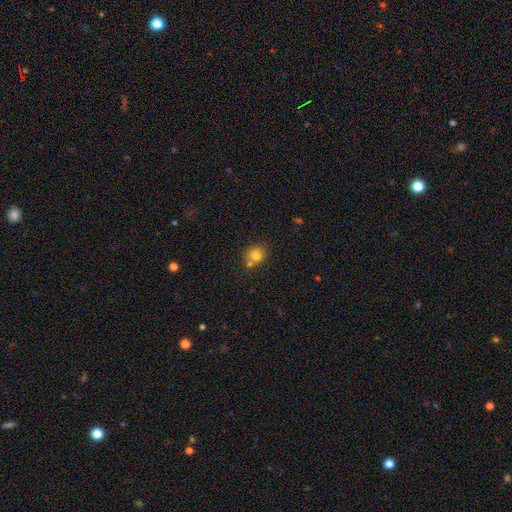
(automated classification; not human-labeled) Morphology: type=smooth (79%); roundness=round (82%); merging=none (64%).